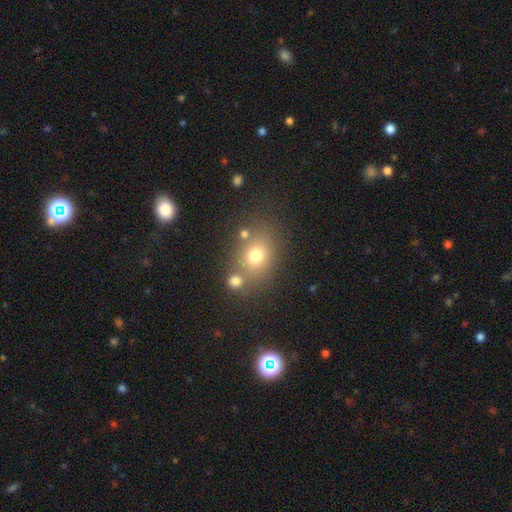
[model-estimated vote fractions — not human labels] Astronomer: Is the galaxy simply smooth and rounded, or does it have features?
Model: smooth — 72%.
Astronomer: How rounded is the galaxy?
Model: round — 54% (runner-up: in between, 45%).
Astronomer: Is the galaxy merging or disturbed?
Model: none — 65%.